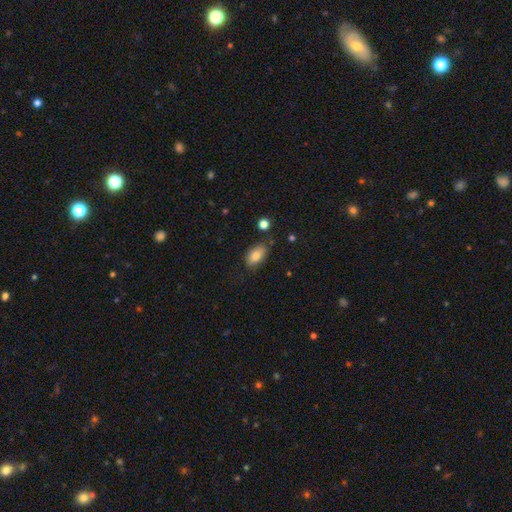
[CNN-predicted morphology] type=smooth (82%); roundness=in between (90%); merging=none (74%).